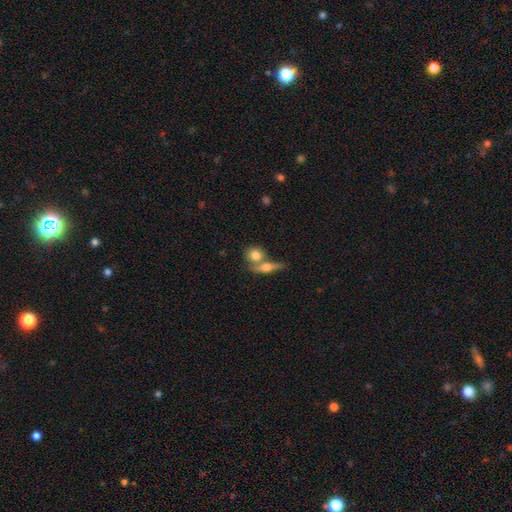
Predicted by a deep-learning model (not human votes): Smooth or featured? smooth (74%)
How rounded? round (65%)
Merging? merger (44%)